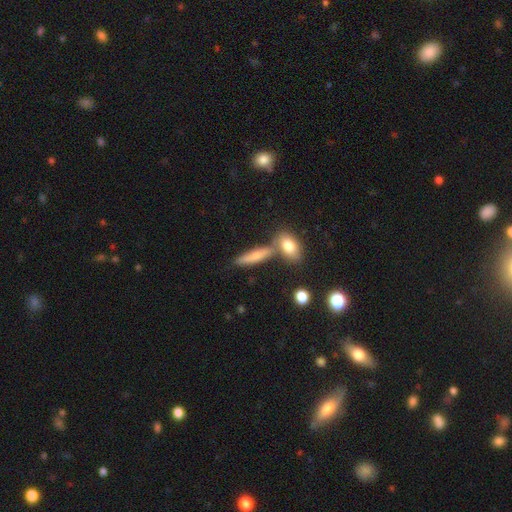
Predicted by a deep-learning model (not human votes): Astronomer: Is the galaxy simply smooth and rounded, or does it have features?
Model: smooth — 70%.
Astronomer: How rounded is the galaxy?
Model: cigar-shaped — 66%.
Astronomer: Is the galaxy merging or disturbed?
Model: none — 62%.